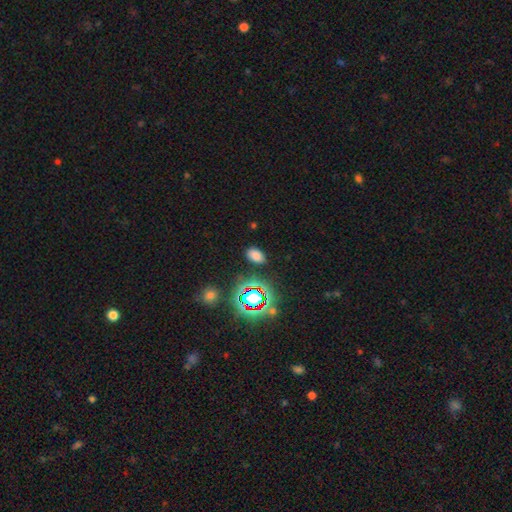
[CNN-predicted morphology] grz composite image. It shows a smooth galaxy with no disk features (71%) that is in between round and cigar-shaped (88%). Merging: none (84%).